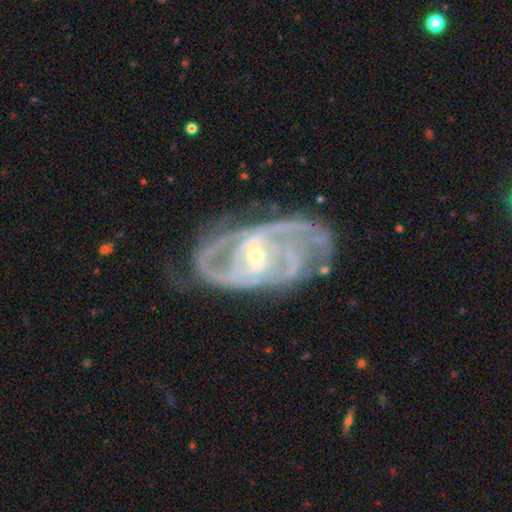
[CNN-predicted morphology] Overall: featured or disk (90%). Edge-on disk: no (96%). Bar: no (45%; weak 36%). Spiral arms: yes (97%). Spiral arm count: 2 (35%; 3 27%). Spiral winding: tight (49%; medium 42%). Bulge size: small (71%). Merging: none (66%).